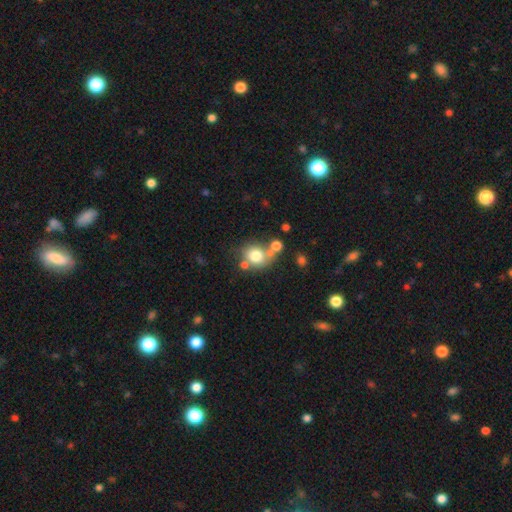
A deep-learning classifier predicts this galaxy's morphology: A smooth galaxy with no disk features (74%) that is round (76%).

Vote fractions:
- Smooth or featured? smooth: 74% / featured or disk: 15% / star or artifact: 12%
- How rounded? round: 76% / in between: 23% / cigar-shaped: 1%
- Merging? none: 53% / merger: 27% / minor disturbance: 13% / major disturbance: 7%